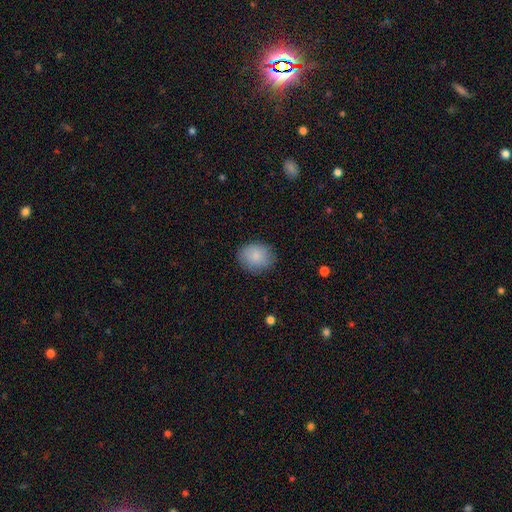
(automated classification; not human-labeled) A smooth galaxy with no disk features (85%) that is round (50%). Merging: none (83%).